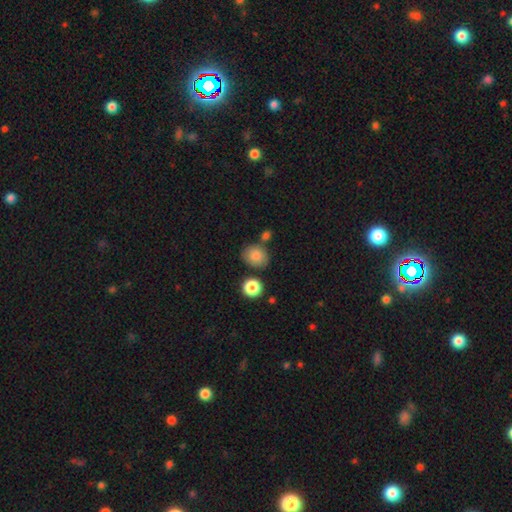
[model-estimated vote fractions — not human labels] Smooth or featured? Predicted: smooth (p=0.83). How rounded? Predicted: round (p=0.54). Merging? Predicted: none (p=0.68).